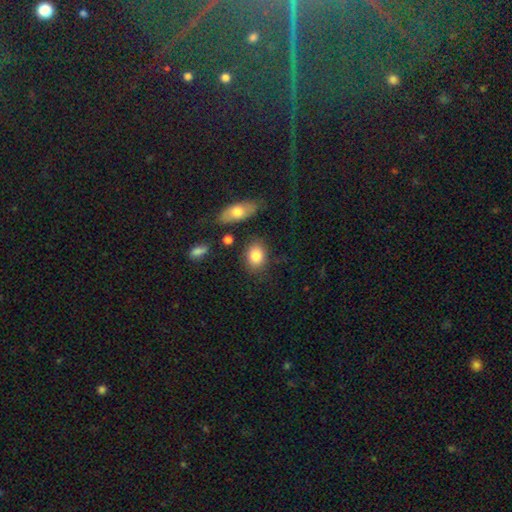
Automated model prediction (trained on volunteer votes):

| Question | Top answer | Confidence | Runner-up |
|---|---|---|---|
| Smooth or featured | smooth | 83% | featured or disk (9%) |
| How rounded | in between | 69% | round (30%) |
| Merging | none | 77% | minor disturbance (13%) |